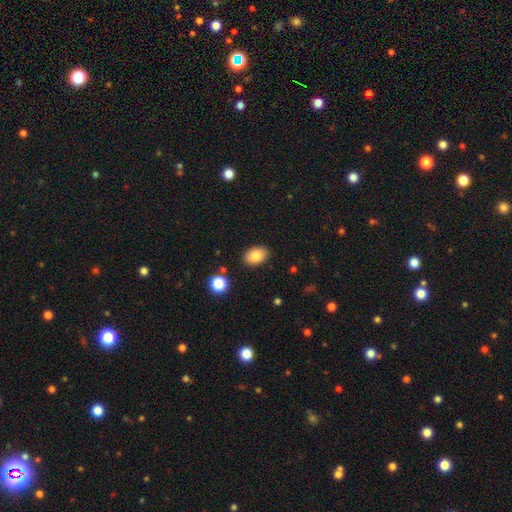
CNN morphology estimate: This appears to be a smooth galaxy with no disk features (84%) that is in between round and cigar-shaped (84%). Merging: none (88%).